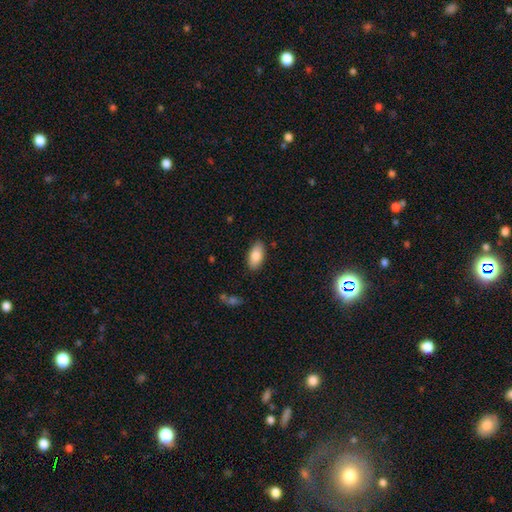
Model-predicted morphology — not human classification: Smooth or featured: smooth — 84% (featured or disk — 10%)
How rounded: in between — 93% (cigar-shaped — 5%)
Merging: none — 87% (minor disturbance — 10%)